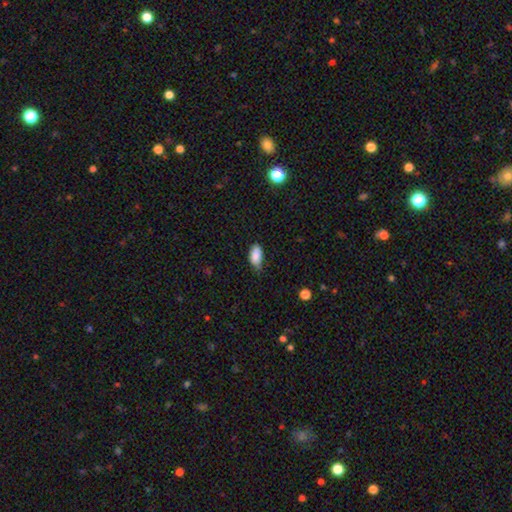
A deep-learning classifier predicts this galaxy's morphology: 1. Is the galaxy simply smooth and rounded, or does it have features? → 86% smooth, 8% star or artifact, 6% featured or disk.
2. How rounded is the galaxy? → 92% in between, 5% cigar-shaped, 3% round.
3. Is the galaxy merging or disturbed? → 58% none, 35% minor disturbance, 5% major disturbance, 2% merger.